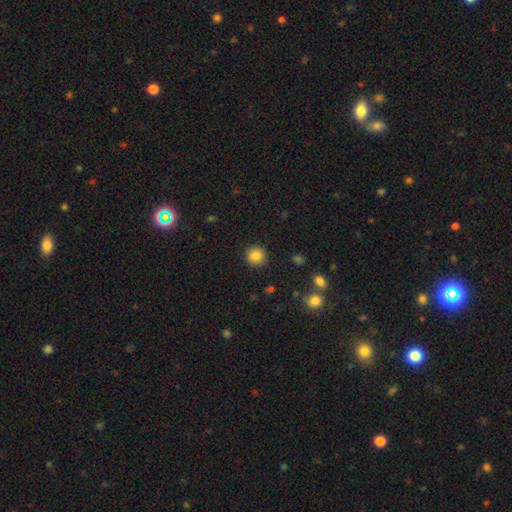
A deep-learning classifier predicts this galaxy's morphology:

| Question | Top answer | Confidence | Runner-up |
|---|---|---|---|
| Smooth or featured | smooth | 85% | star or artifact (10%) |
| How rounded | round | 92% | in between (7%) |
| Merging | none | 91% | minor disturbance (6%) |